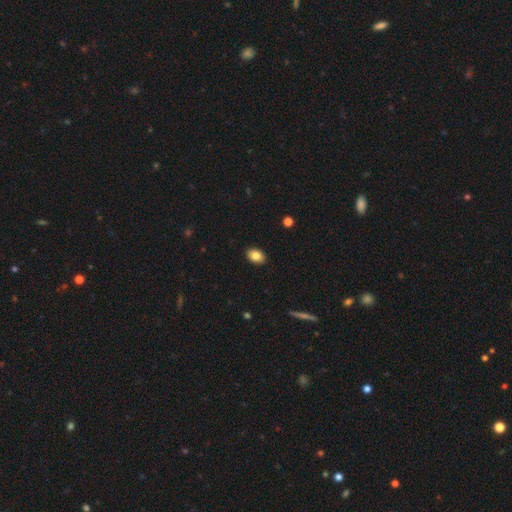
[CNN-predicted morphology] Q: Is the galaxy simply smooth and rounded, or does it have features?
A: smooth — 84%.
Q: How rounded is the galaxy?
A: in between — 83%.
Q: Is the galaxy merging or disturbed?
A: none — 90%.